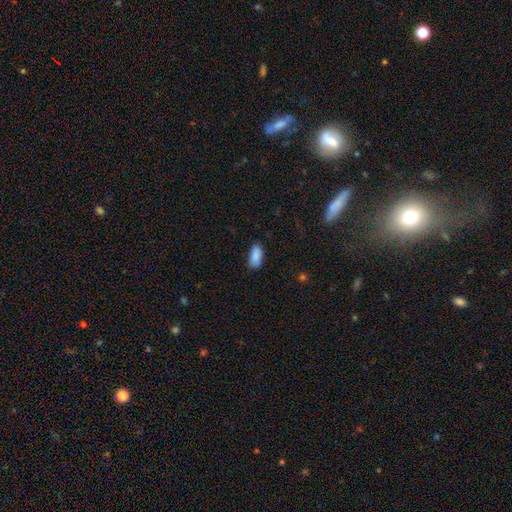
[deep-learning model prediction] Smooth or featured?
  - smooth: 87% *
  - star or artifact: 7%
  - featured or disk: 5%
How rounded?
  - in between: 90% *
  - cigar-shaped: 7%
  - round: 3%
Merging?
  - none: 76% *
  - minor disturbance: 19%
  - major disturbance: 3%
  - merger: 2%